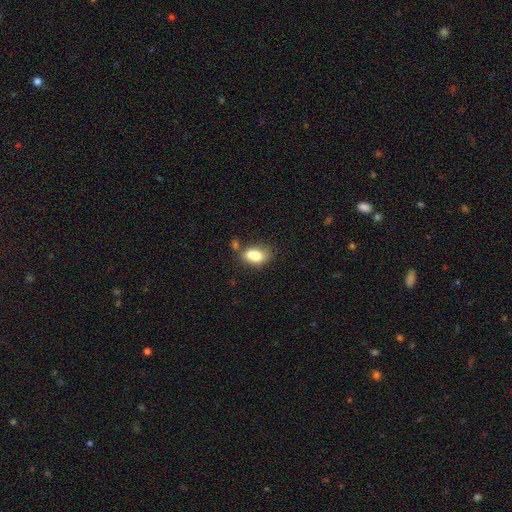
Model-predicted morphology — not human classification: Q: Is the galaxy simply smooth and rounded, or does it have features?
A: smooth — 75%.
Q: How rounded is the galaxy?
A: in between — 83%.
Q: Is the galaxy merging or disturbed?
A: none — 41%.